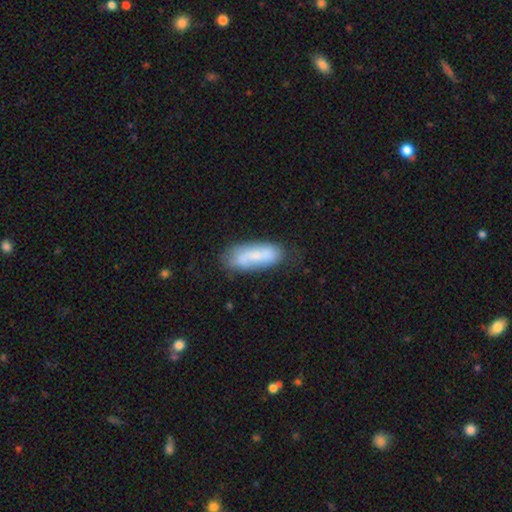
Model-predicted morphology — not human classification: A smooth galaxy with no disk features (61%) that is in between round and cigar-shaped (67%). Merging: none (65%).